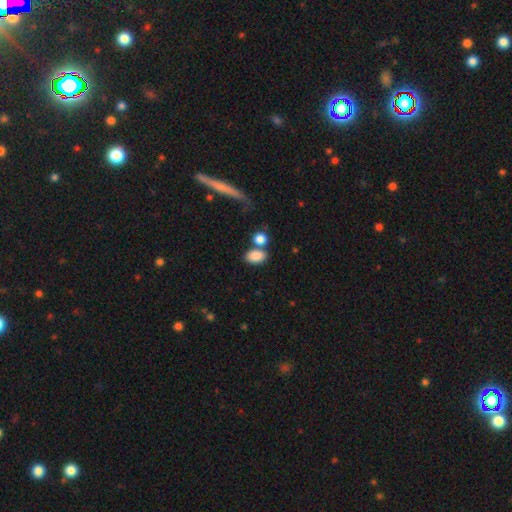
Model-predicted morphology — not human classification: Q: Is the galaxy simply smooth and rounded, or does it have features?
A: smooth — 85%.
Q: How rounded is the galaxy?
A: in between — 83%.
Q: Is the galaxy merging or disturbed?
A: none — 53%.